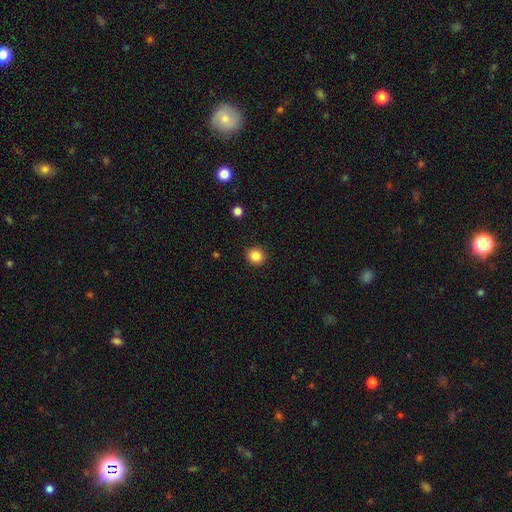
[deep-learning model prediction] Smooth or featured?
  - smooth: 85% *
  - star or artifact: 11%
  - featured or disk: 4%
How rounded?
  - round: 89% *
  - in between: 10%
  - cigar-shaped: 1%
Merging?
  - none: 92% *
  - minor disturbance: 6%
  - major disturbance: 2%
  - merger: 1%